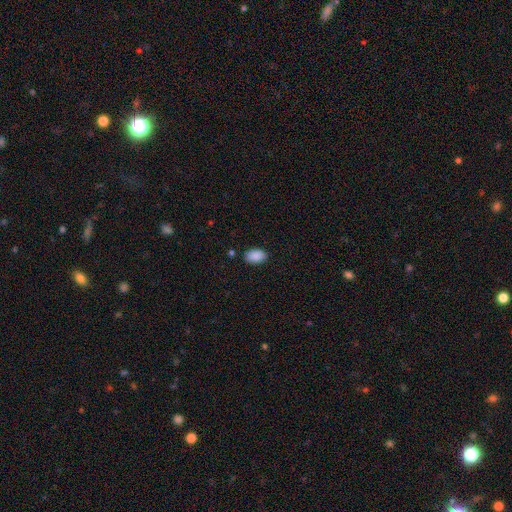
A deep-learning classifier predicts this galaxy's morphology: Smooth or featured: smooth — 89% (star or artifact — 7%)
How rounded: in between — 91% (round — 8%)
Merging: none — 86% (minor disturbance — 9%)